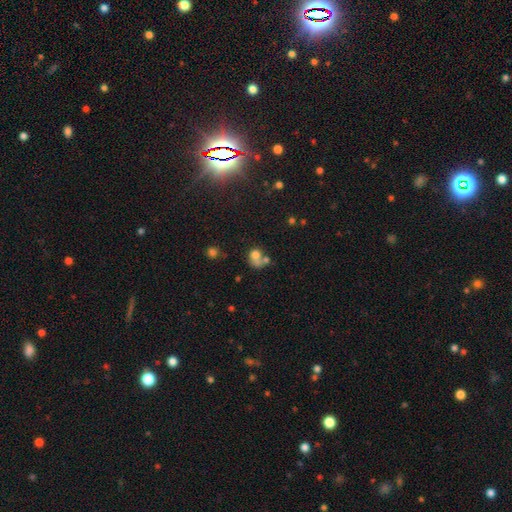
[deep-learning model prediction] A smooth galaxy with no disk features (67%) that is round (60%).

Vote fractions:
- Smooth or featured? smooth: 67% / featured or disk: 19% / star or artifact: 14%
- How rounded? round: 60% / in between: 39% / cigar-shaped: 1%
- Merging? merger: 47% / none: 27% / major disturbance: 14% / minor disturbance: 12%